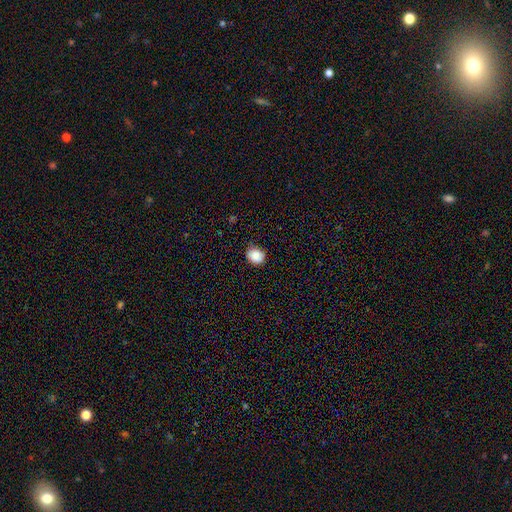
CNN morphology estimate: Smooth or featured: smooth — 84% (star or artifact — 9%)
How rounded: round — 62% (in between — 37%)
Merging: none — 84% (minor disturbance — 13%)